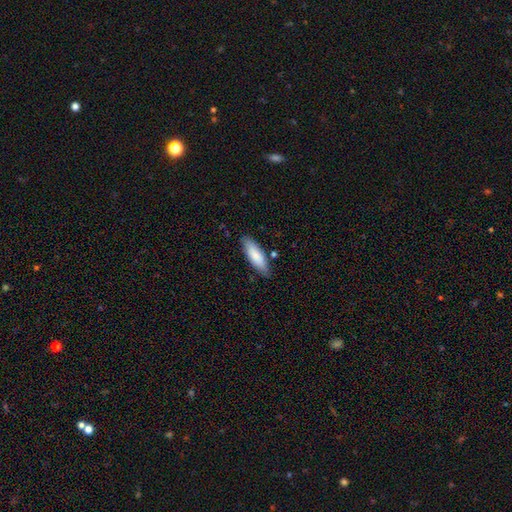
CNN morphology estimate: Smooth or featured? smooth (81%)
How rounded? in between (57%)
Merging? none (80%)